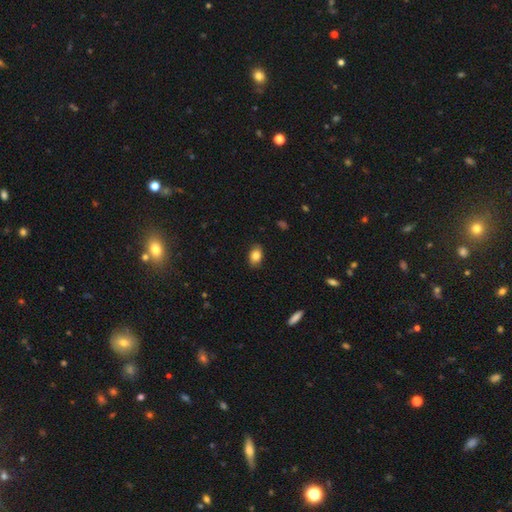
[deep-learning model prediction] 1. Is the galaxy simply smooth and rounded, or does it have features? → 83% smooth, 8% star or artifact, 8% featured or disk.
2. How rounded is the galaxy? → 82% in between, 16% round, 1% cigar-shaped.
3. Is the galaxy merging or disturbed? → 87% none, 10% minor disturbance, 2% major disturbance, 1% merger.